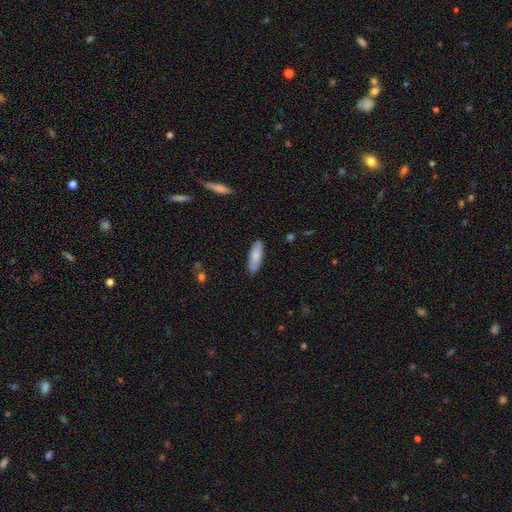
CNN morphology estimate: A smooth galaxy with no disk features (78%) that is in between round and cigar-shaped (58%).

Vote fractions:
- Smooth or featured? smooth: 78% / featured or disk: 16% / star or artifact: 6%
- How rounded? in between: 58% / cigar-shaped: 40% / round: 2%
- Merging? none: 84% / minor disturbance: 12% / major disturbance: 2% / merger: 2%